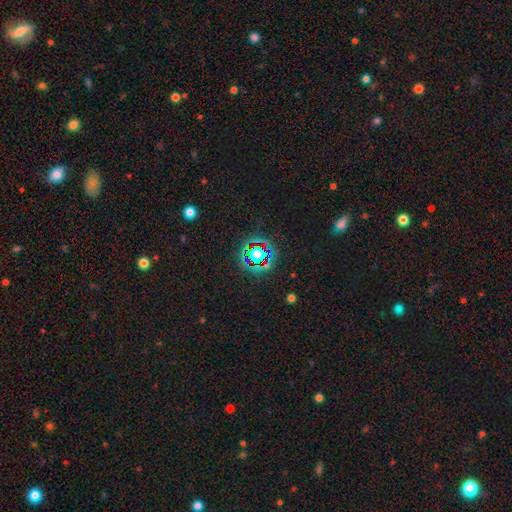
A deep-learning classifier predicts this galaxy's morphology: Q: Smooth or featured?
A: star or artifact (65%); runner-up: smooth (24%)